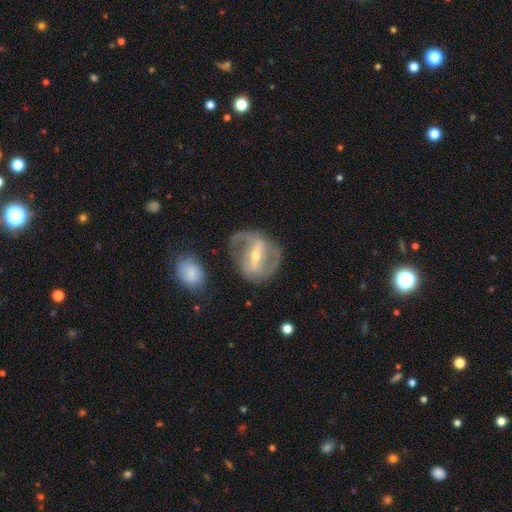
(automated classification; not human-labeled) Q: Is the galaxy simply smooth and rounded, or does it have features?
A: featured or disk — 82%.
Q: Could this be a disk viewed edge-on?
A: no — 93%.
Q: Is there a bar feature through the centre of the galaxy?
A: strong — 69%.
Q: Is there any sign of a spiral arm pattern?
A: yes — 75%.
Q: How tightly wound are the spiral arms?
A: medium — 46%.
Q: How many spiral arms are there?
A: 2 — 78%.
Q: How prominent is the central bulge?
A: moderate — 51%.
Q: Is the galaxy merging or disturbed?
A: none — 67%.